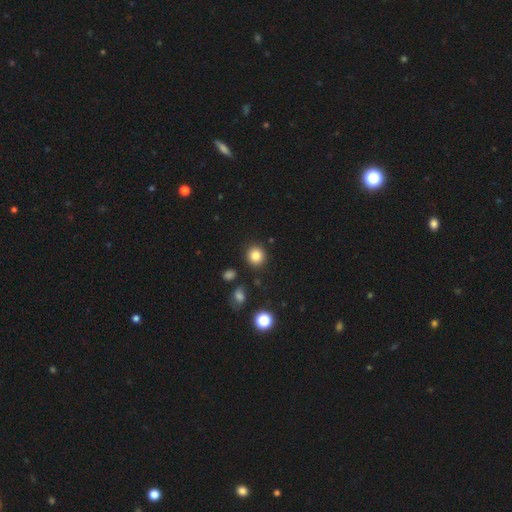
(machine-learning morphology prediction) smooth-or-featured: smooth: 83% | star or artifact: 11% | featured or disk: 6%
  how-rounded: round: 90% | in between: 9% | cigar-shaped: 1%
  merging: none: 89% | minor disturbance: 6% | merger: 2% | major disturbance: 2%